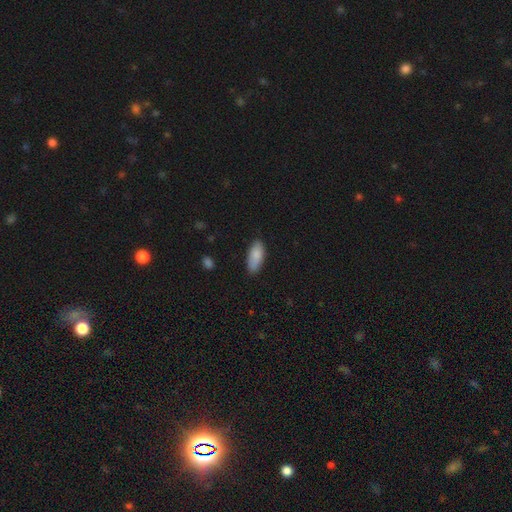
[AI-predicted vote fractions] A smooth galaxy with no disk features (87%) that is in between round and cigar-shaped (83%).

Vote fractions:
- Smooth or featured? smooth: 87% / featured or disk: 7% / star or artifact: 6%
- How rounded? in between: 83% / cigar-shaped: 15% / round: 2%
- Merging? none: 80% / minor disturbance: 16% / major disturbance: 3% / merger: 1%